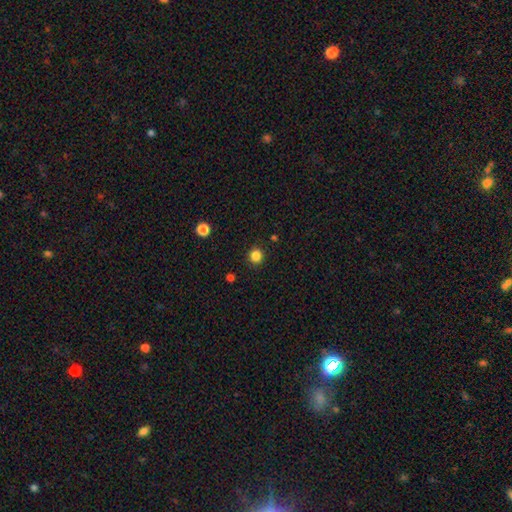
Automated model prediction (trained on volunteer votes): The model was most divided on "smooth or featured": smooth: 84%, star or artifact: 12%, featured or disk: 4%. More confident: how rounded — round (91%); merging — none (91%).